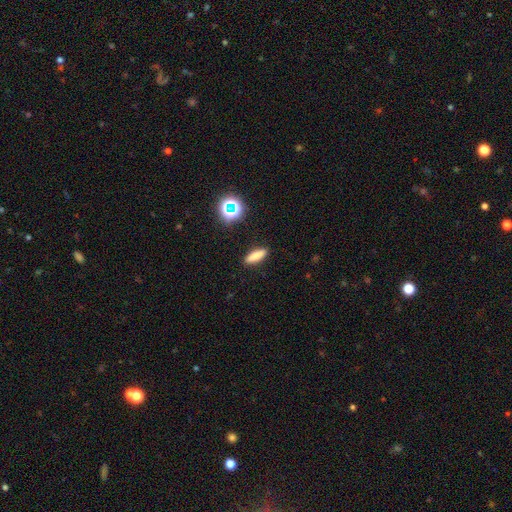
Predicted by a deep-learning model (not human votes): Morphology: type=smooth (77%); roundness=cigar-shaped (56%); merging=none (90%).